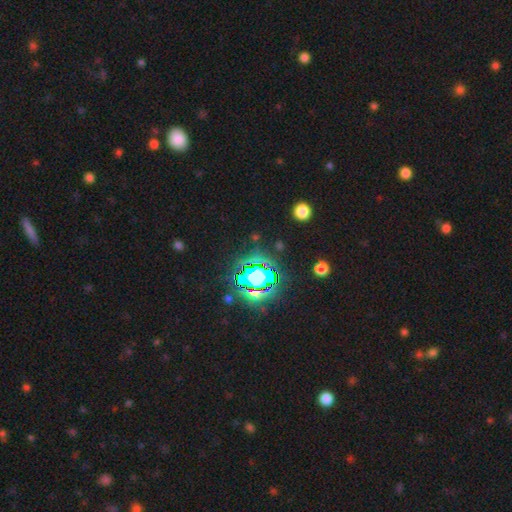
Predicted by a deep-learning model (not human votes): smooth_or_featured: star or artifact (p=0.77) [alt: smooth p=0.14]